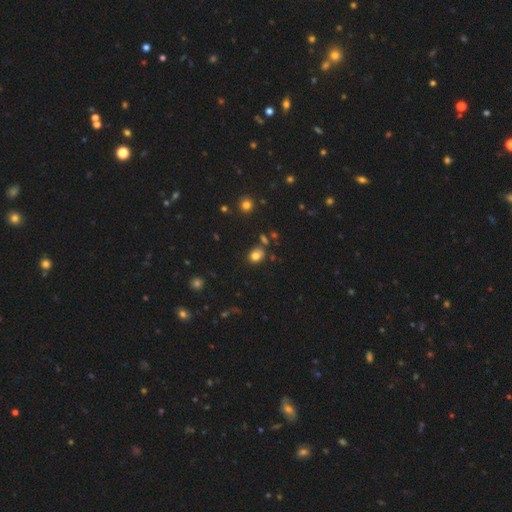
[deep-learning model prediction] Smooth or featured: smooth — 78% (star or artifact — 13%)
How rounded: round — 53% (in between — 46%)
Merging: none — 73% (minor disturbance — 14%)